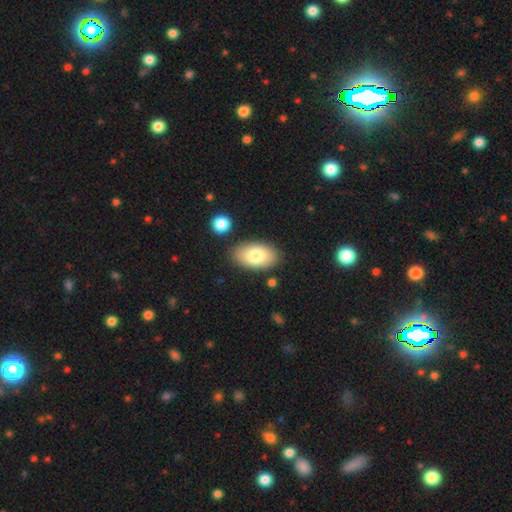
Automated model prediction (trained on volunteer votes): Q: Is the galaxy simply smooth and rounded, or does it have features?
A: smooth — 79%.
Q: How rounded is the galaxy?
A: in between — 94%.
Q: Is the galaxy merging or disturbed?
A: none — 83%.